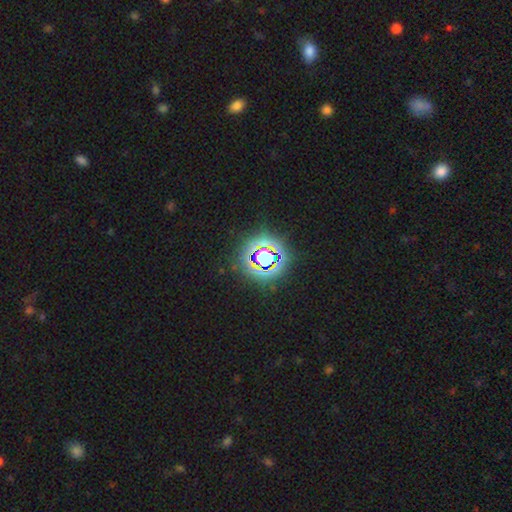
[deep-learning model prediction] Overall: star or artifact (81%).